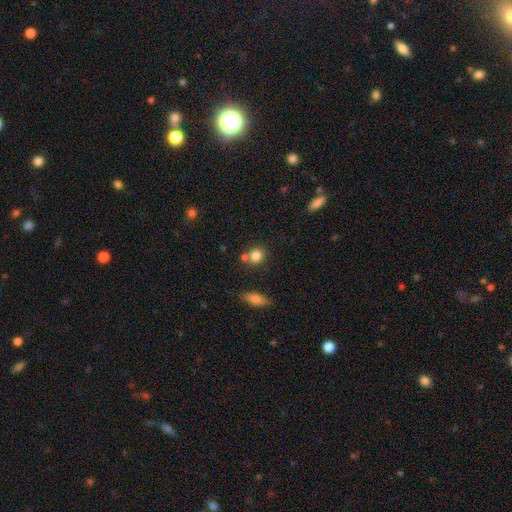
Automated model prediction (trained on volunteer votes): A smooth galaxy with no disk features (80%) that is round (80%).

Vote fractions:
- Smooth or featured? smooth: 80% / star or artifact: 11% / featured or disk: 9%
- How rounded? round: 80% / in between: 18% / cigar-shaped: 1%
- Merging? none: 61% / merger: 24% / minor disturbance: 11% / major disturbance: 4%